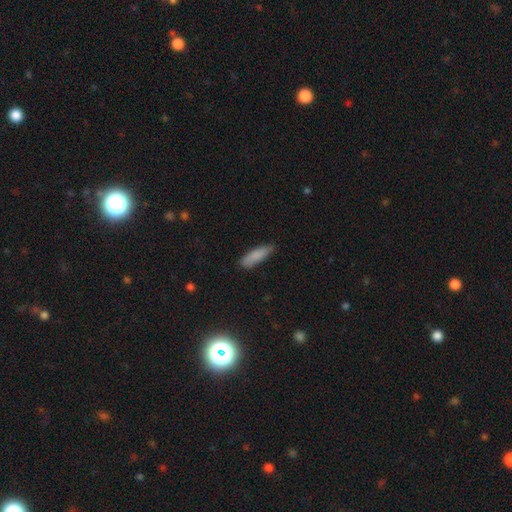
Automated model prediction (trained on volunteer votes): This is clearly a smooth galaxy (85%). How rounded: possibly cigar-shaped (57%). Merging: likely none (77%).